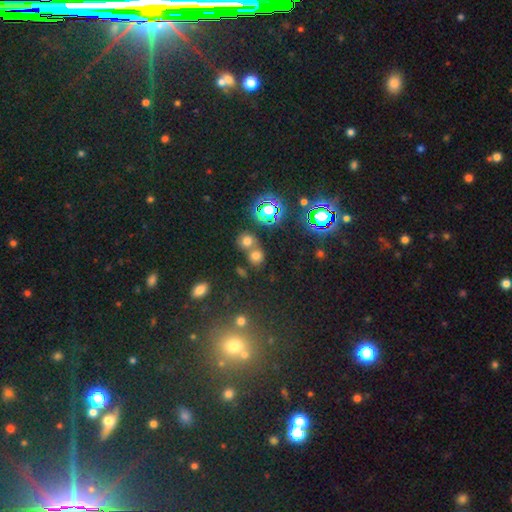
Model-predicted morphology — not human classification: Q: Smooth or featured?
A: smooth (63%); runner-up: star or artifact (29%)
Q: How rounded?
A: round (78%); runner-up: in between (20%)
Q: Merging?
A: none (50%); runner-up: merger (40%)